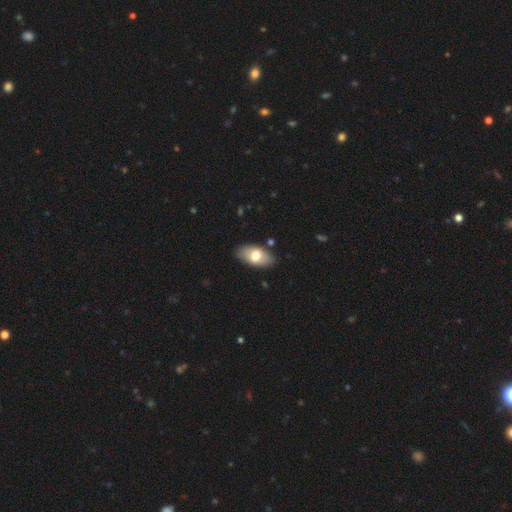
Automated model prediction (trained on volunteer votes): Q: Smooth or featured?
A: smooth (70%); runner-up: featured or disk (24%)
Q: How rounded?
A: in between (93%); runner-up: round (4%)
Q: Merging?
A: none (84%); runner-up: minor disturbance (11%)